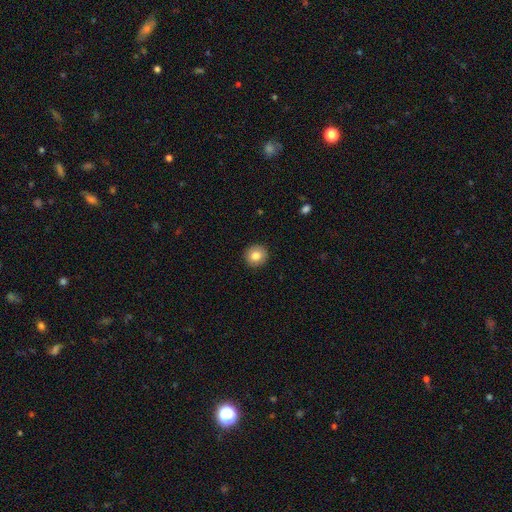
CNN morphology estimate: Smooth or featured? smooth (82%)
How rounded? round (93%)
Merging? none (92%)